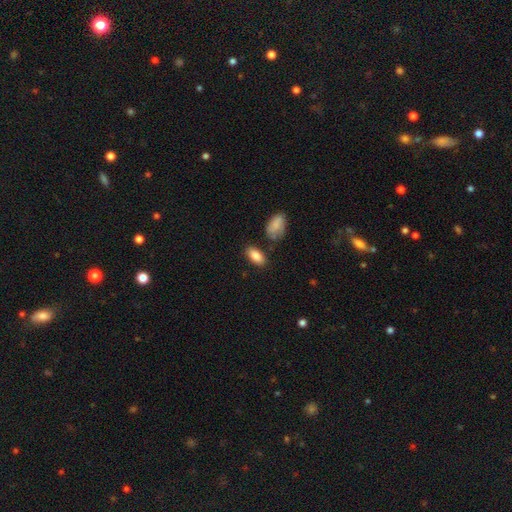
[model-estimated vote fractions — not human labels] This appears to be a smooth galaxy with no disk features (86%) that is in between round and cigar-shaped (91%). Merging: none (78%).